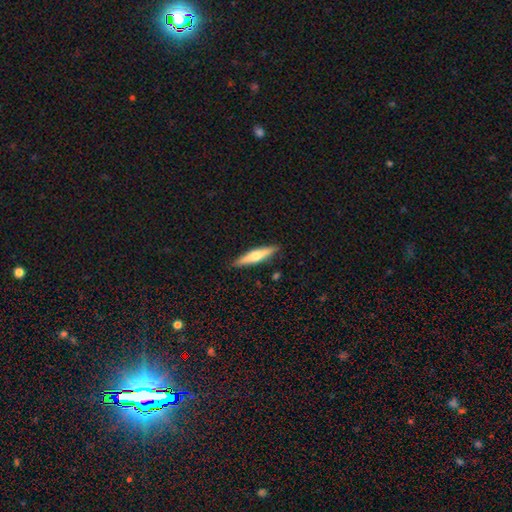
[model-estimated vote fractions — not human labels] Smooth or featured? Predicted: featured or disk (p=0.50). Edge-on disk? Predicted: yes (p=0.95). Merging? Predicted: none (p=0.89).